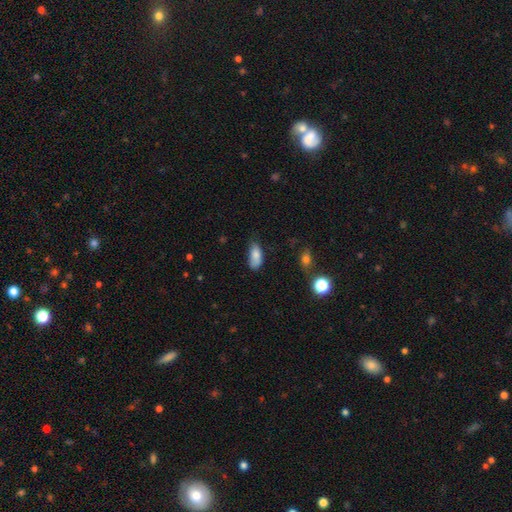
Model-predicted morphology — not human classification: smooth-or-featured: smooth: 81% | featured or disk: 10% | star or artifact: 8%
  how-rounded: in between: 87% | cigar-shaped: 10% | round: 3%
  merging: none: 51% | minor disturbance: 37% | major disturbance: 9% | merger: 3%